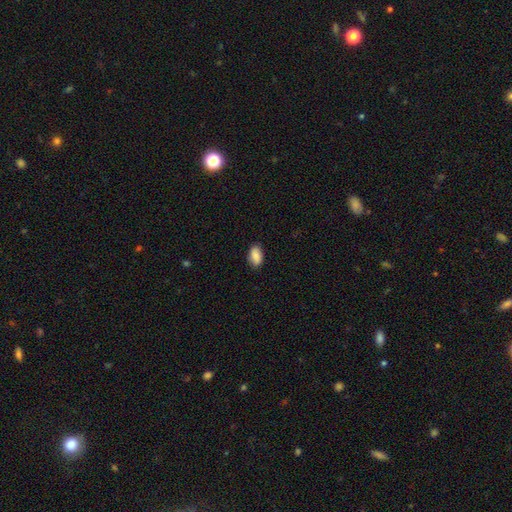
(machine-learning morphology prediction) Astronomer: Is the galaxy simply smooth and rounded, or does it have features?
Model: smooth — 88%.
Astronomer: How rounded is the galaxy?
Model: in between — 92%.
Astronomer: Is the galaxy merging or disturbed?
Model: none — 84%.